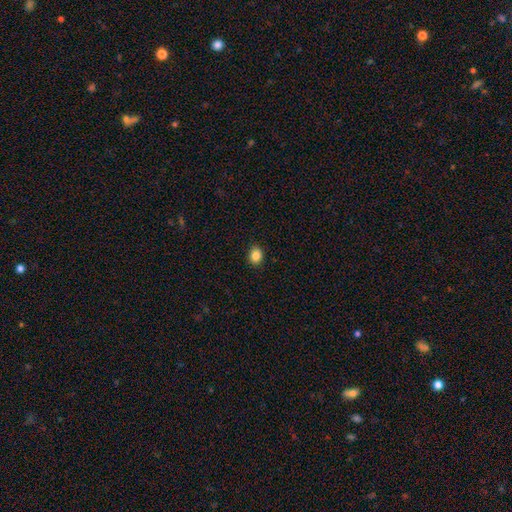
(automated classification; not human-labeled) Smooth or featured? Predicted: smooth (p=0.85). How rounded? Predicted: round (p=0.51). Merging? Predicted: none (p=0.90).